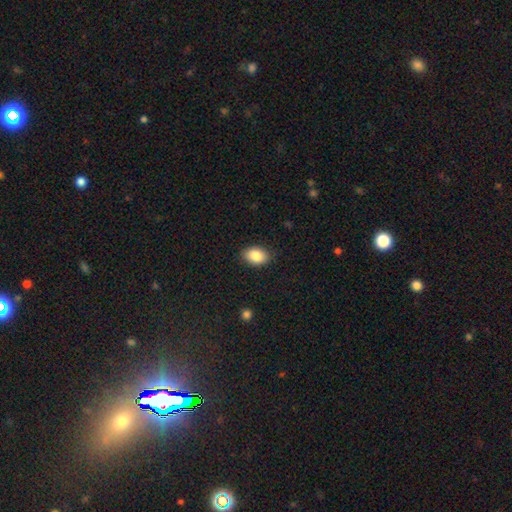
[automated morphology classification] A smooth galaxy with no disk features (87%) that is in between round and cigar-shaped (83%).

Vote fractions:
- Smooth or featured? smooth: 87% / star or artifact: 7% / featured or disk: 6%
- How rounded? in between: 83% / round: 16% / cigar-shaped: 1%
- Merging? none: 86% / minor disturbance: 10% / major disturbance: 2% / merger: 1%